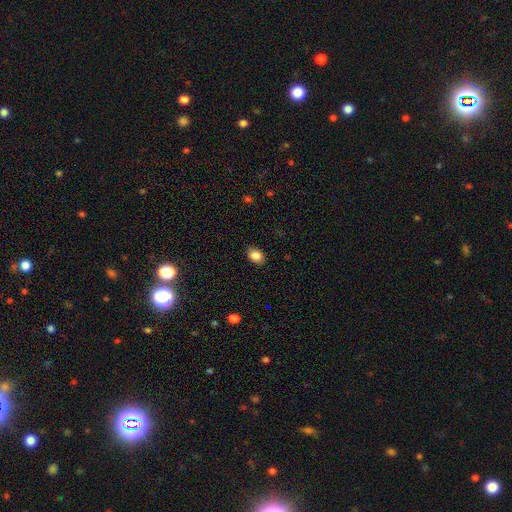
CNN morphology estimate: Smooth or featured?
  - smooth: 85% *
  - star or artifact: 9%
  - featured or disk: 6%
How rounded?
  - in between: 75% *
  - round: 24%
  - cigar-shaped: 1%
Merging?
  - none: 88% *
  - minor disturbance: 9%
  - major disturbance: 2%
  - merger: 1%